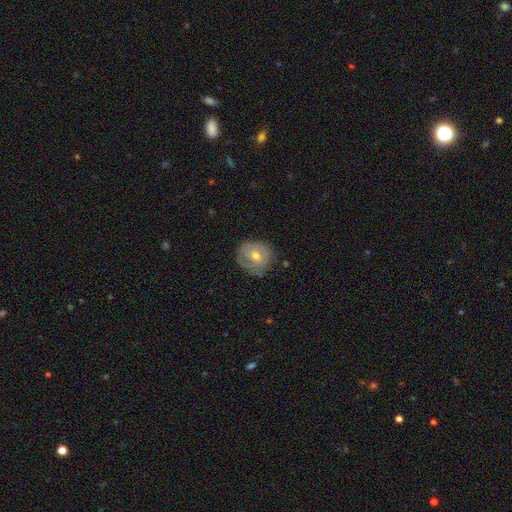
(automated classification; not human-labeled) smooth_or_featured: featured or disk (p=0.48) [alt: smooth p=0.43]
merging: none (p=0.71) [alt: minor disturbance p=0.21]